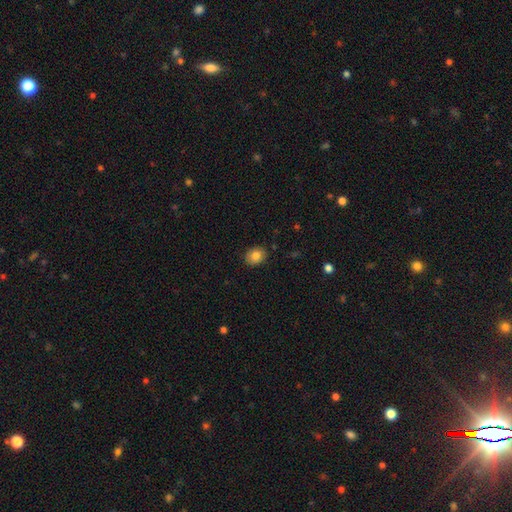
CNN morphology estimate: This is clearly a smooth galaxy (83%). How rounded: possibly in between (50%). Merging: clearly none (88%).